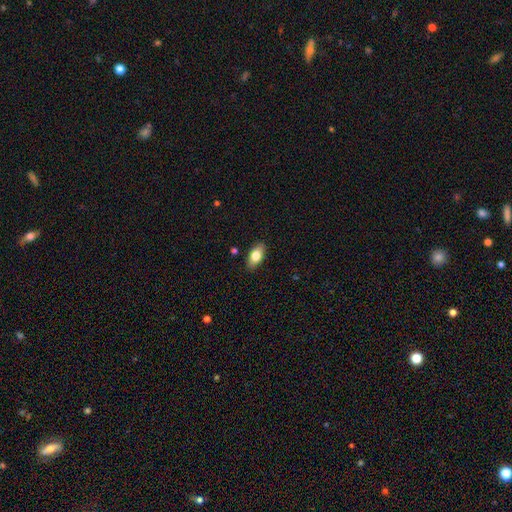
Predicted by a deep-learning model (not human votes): smooth 75%, featured or disk 18%, star or artifact 7%. Down the decision tree: how rounded — in between (87%); merging — none (87%).